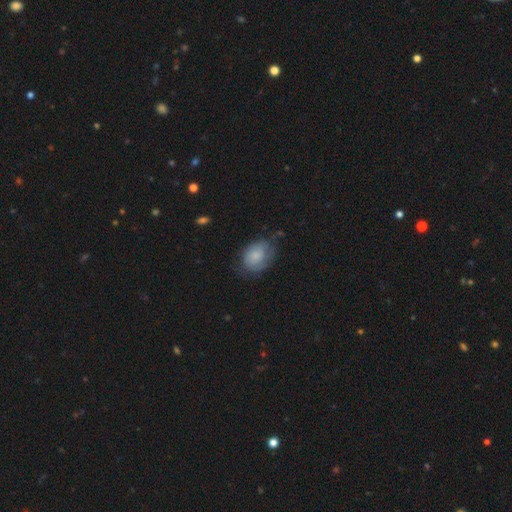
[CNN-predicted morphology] smooth-or-featured: smooth: 63% | featured or disk: 30% | star or artifact: 7%
  how-rounded: in between: 67% | round: 32% | cigar-shaped: 1%
  merging: none: 51% | minor disturbance: 32% | major disturbance: 15% | merger: 2%